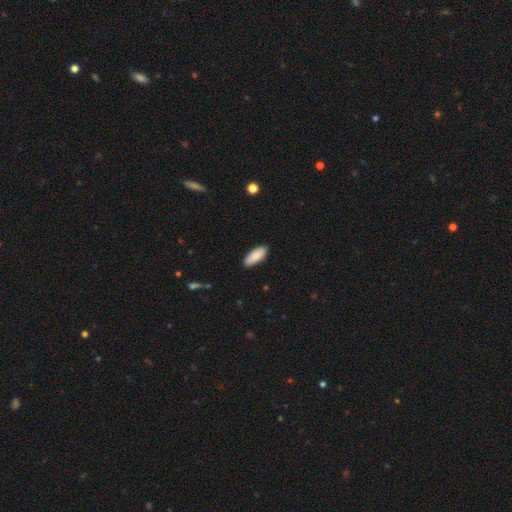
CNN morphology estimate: smooth 88%, featured or disk 6%, star or artifact 6%. Down the decision tree: how rounded — in between (75%); merging — none (88%).